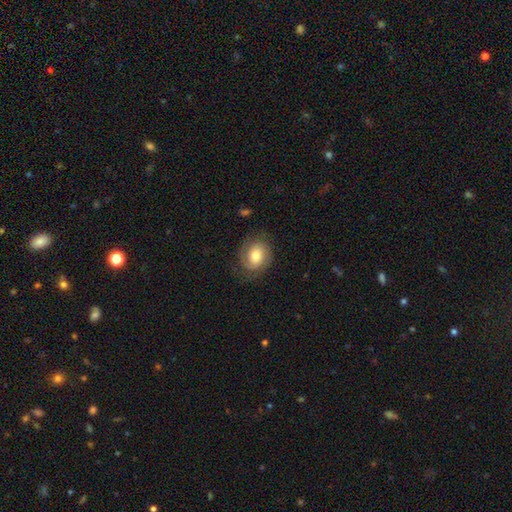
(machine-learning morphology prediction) smooth_or_featured: featured or disk (p=0.52) [alt: smooth p=0.41]
disk_edge_on: no (p=0.97) [alt: yes p=0.03]
bar: no (p=0.67) [alt: weak p=0.26]
has_spiral_arms: yes (p=0.84) [alt: no p=0.16]
bulge_size: moderate (p=0.64) [alt: small p=0.18]
merging: none (p=0.75) [alt: minor disturbance p=0.16]